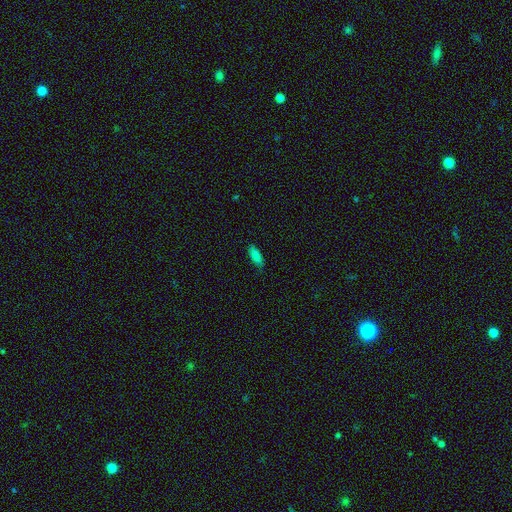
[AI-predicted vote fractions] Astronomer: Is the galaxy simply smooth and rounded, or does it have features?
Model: smooth — 84%.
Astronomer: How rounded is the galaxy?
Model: in between — 65%.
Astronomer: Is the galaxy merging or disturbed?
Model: none — 80%.